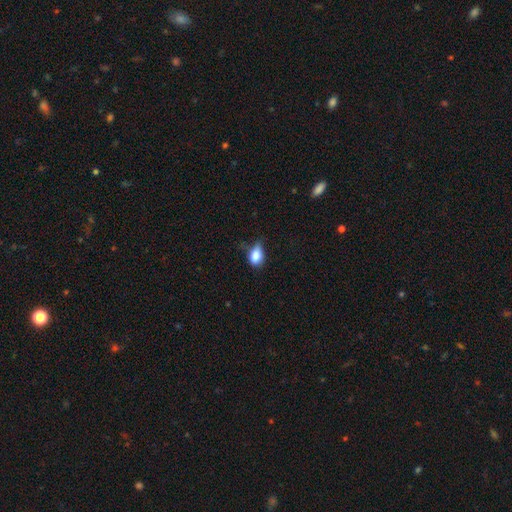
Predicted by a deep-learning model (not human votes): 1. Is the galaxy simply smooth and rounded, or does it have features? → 83% smooth, 9% featured or disk, 9% star or artifact.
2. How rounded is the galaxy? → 81% in between, 16% round, 3% cigar-shaped.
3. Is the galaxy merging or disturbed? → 43% minor disturbance, 41% none, 13% major disturbance, 3% merger.